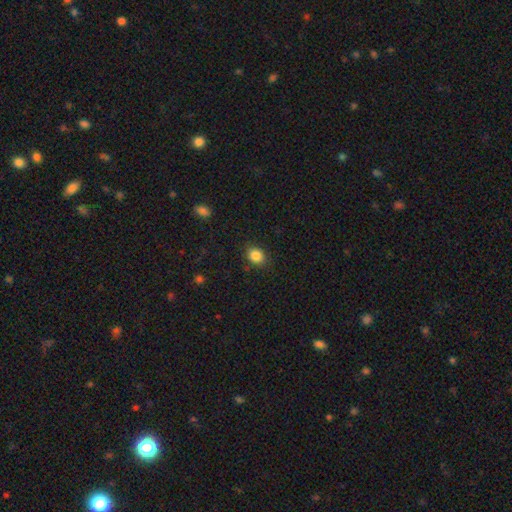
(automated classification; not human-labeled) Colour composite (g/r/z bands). It shows a smooth galaxy with no disk features (86%) that is round (51%). Merging: none (86%).